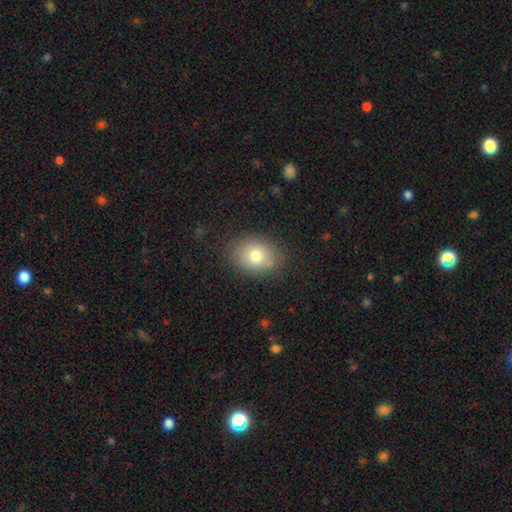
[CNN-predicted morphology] Smooth or featured?
  - smooth: 77% *
  - featured or disk: 13%
  - star or artifact: 10%
How rounded?
  - in between: 65% *
  - round: 34%
  - cigar-shaped: 1%
Merging?
  - none: 84% *
  - minor disturbance: 12%
  - major disturbance: 3%
  - merger: 1%